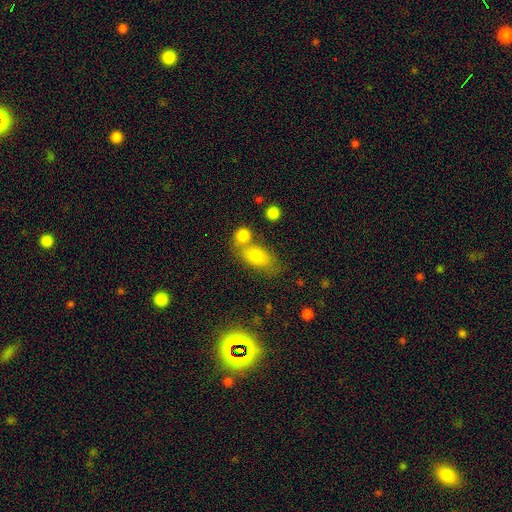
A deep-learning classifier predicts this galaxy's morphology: A smooth galaxy with no disk features (78%) that is in between round and cigar-shaped (82%). Merging: none (49%).